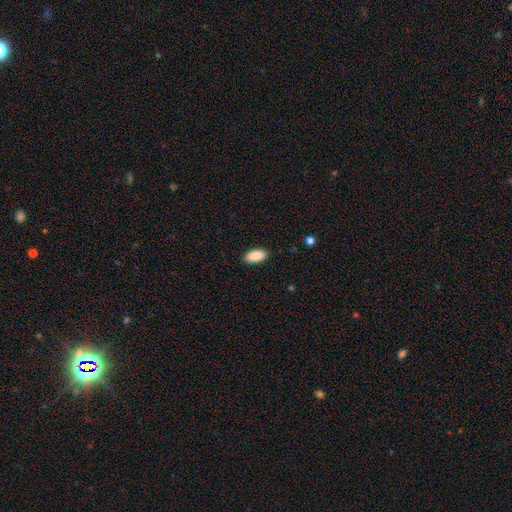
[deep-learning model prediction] Overall: smooth (90%). How rounded: in between (93%). Merging: none (88%).